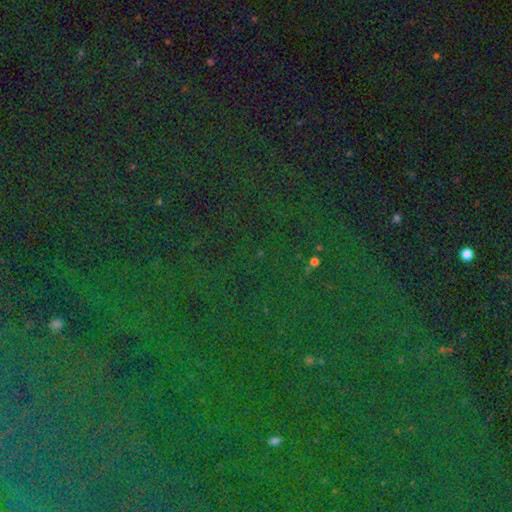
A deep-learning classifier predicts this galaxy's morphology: The model was most divided on "smooth or featured": star or artifact: 82%, smooth: 11%, featured or disk: 7%.